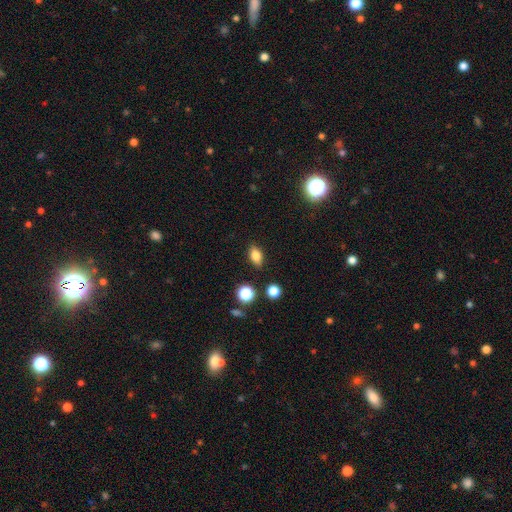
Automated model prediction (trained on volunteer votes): Morphology: type=smooth (79%); roundness=in between (81%); merging=none (86%).